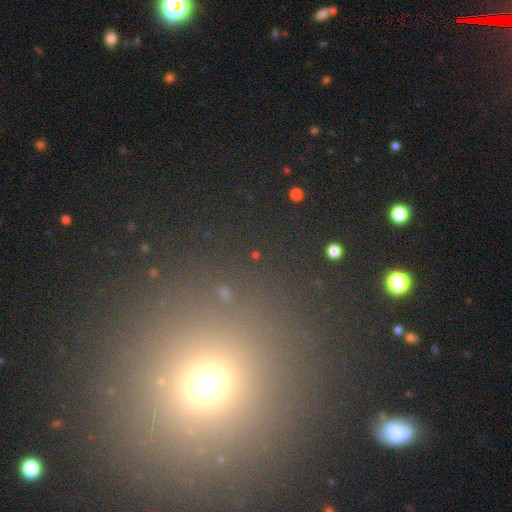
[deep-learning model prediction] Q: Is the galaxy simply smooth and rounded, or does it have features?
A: star or artifact — 55%.